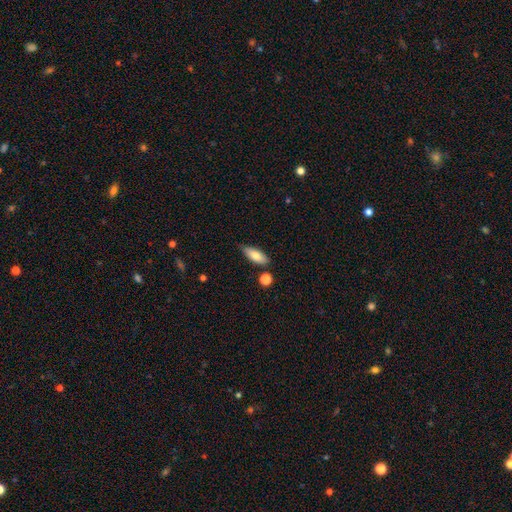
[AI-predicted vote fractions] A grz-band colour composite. It shows a smooth galaxy with no disk features (78%) that is in between round and cigar-shaped (73%). Merging: none (74%).